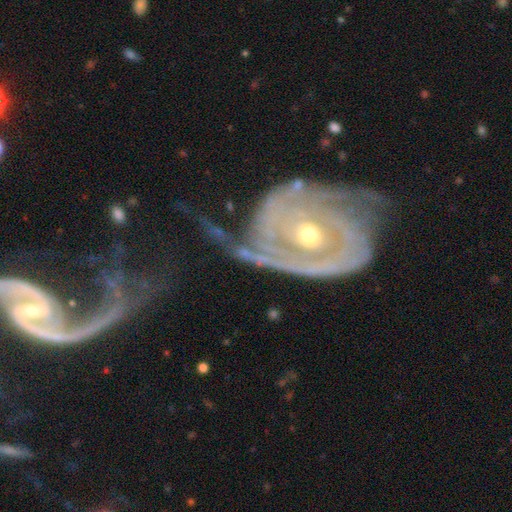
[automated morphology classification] This is clearly a featured or disk galaxy (88%). It is clearly not viewed edge-on (96%). Bar: likely no (72%). Spiral arm pattern: clearly yes (91%). Spiral arm count: possibly 2 (52%). Spiral winding: possibly tight (57%). Central bulge: possibly moderate (52%). Merging: marginally none (42%).